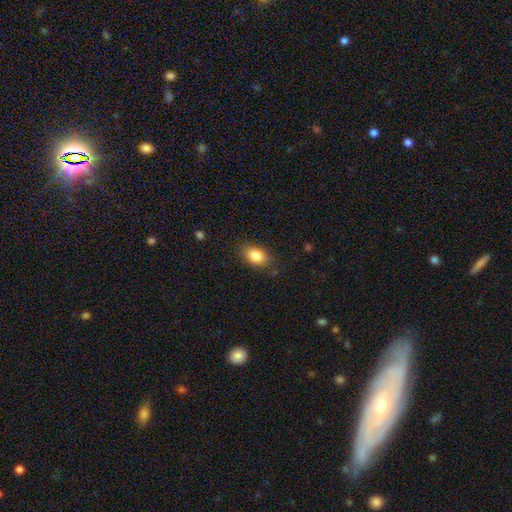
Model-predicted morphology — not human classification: Q: Smooth or featured?
A: smooth (84%); runner-up: star or artifact (9%)
Q: How rounded?
A: in between (80%); runner-up: round (19%)
Q: Merging?
A: none (80%); runner-up: minor disturbance (15%)